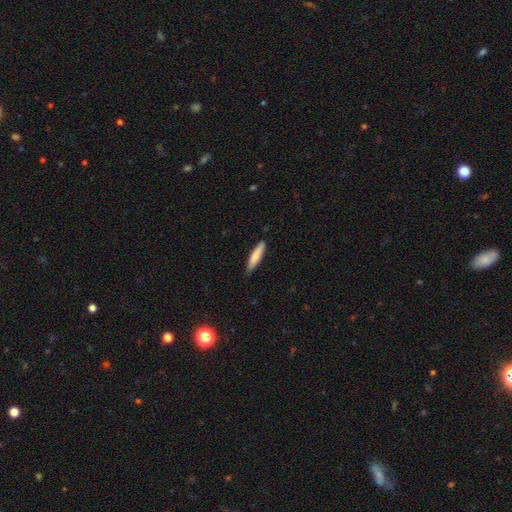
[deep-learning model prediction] A smooth galaxy with no disk features (80%) that is cigar-shaped (81%).

Vote fractions:
- Smooth or featured? smooth: 80% / featured or disk: 15% / star or artifact: 5%
- How rounded? cigar-shaped: 81% / in between: 17% / round: 1%
- Merging? none: 82% / minor disturbance: 15% / major disturbance: 2% / merger: 1%